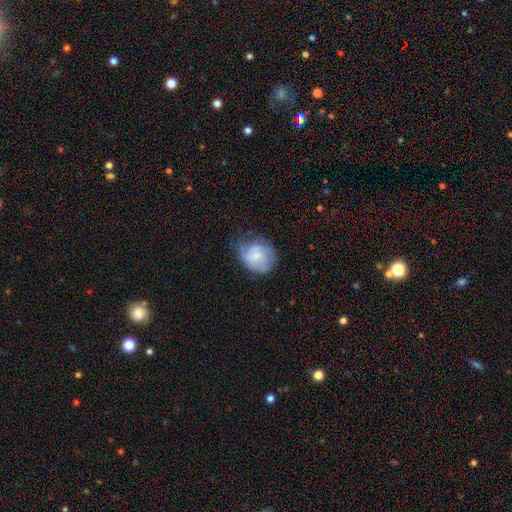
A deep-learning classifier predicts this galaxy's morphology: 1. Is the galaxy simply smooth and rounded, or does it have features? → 47% featured or disk, 45% smooth, 8% star or artifact.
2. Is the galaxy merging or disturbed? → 49% none, 32% minor disturbance, 18% major disturbance, 2% merger.